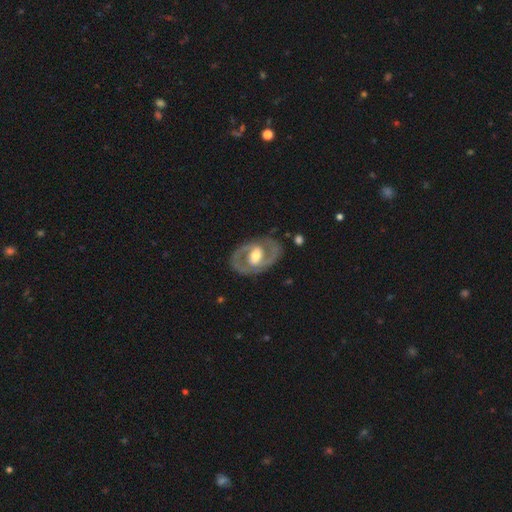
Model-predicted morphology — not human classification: The model was most divided on "bar": weak: 42%, no: 31%, strong: 27%. More confident: edge-on disk — no (96%); spiral arm count — 2 (88%); smooth or featured — featured or disk (82%); merging — none (81%); spiral arms — yes (80%); bulge size — moderate (66%); spiral winding — medium (53%).